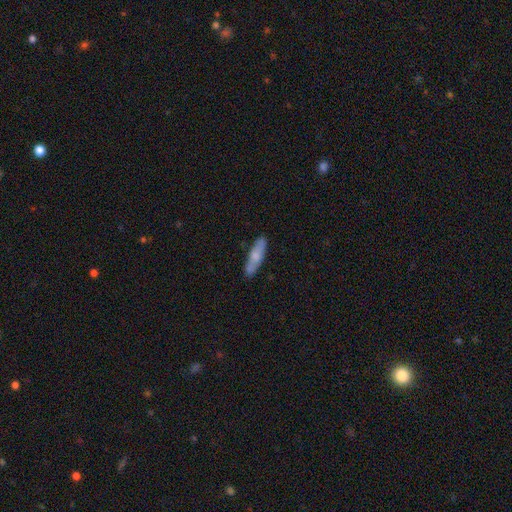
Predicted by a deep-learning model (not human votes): Overall: smooth (62%; featured or disk 32%). How rounded: cigar-shaped (72%). Merging: none (81%).